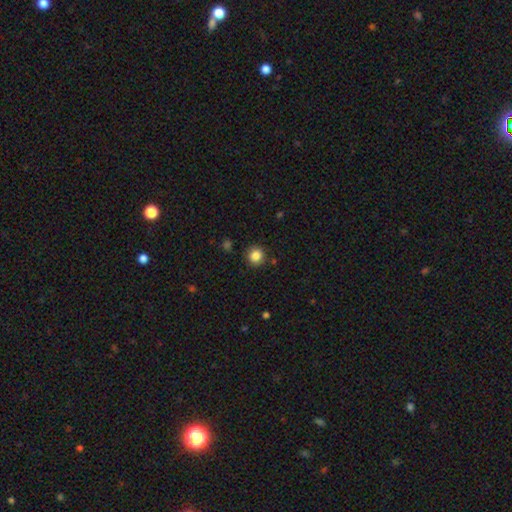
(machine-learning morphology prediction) A smooth galaxy with no disk features (85%) that is round (93%). Merging: none (90%).